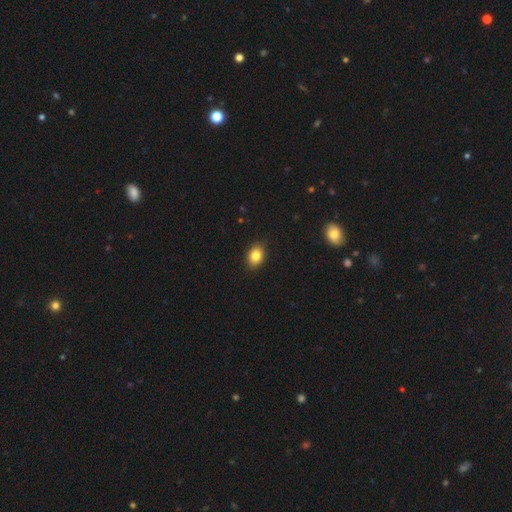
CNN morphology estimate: Smooth or featured?
  - smooth: 84% *
  - star or artifact: 9%
  - featured or disk: 7%
How rounded?
  - in between: 73% *
  - round: 25%
  - cigar-shaped: 1%
Merging?
  - none: 88% *
  - minor disturbance: 9%
  - major disturbance: 2%
  - merger: 1%